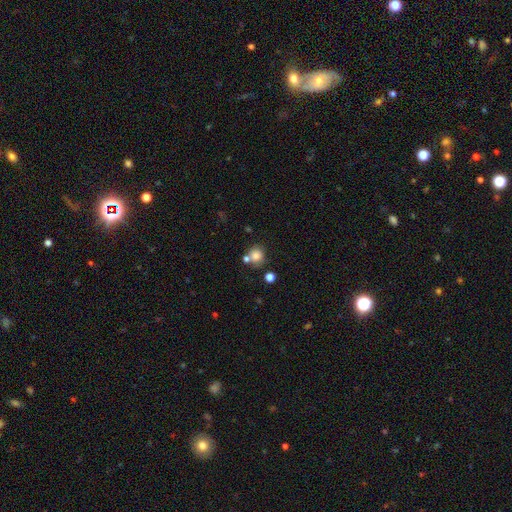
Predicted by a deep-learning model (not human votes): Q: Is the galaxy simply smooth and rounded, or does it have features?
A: smooth — 79%.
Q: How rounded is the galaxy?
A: round — 85%.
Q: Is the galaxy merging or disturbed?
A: none — 63%.